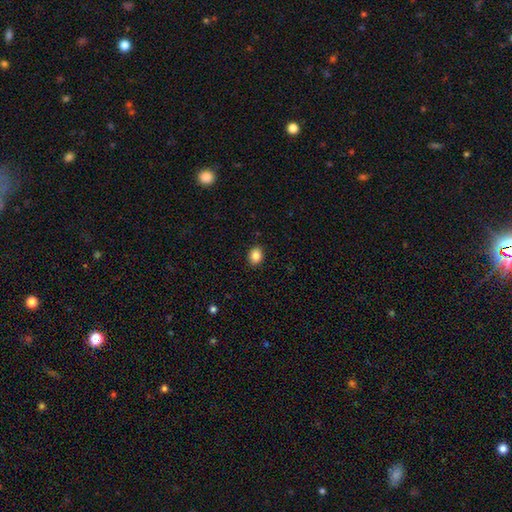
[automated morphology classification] A smooth galaxy with no disk features (86%) that is in between round and cigar-shaped (63%).

Vote fractions:
- Smooth or featured? smooth: 86% / star or artifact: 9% / featured or disk: 5%
- How rounded? in between: 63% / round: 36% / cigar-shaped: 1%
- Merging? none: 89% / minor disturbance: 8% / major disturbance: 2% / merger: 1%